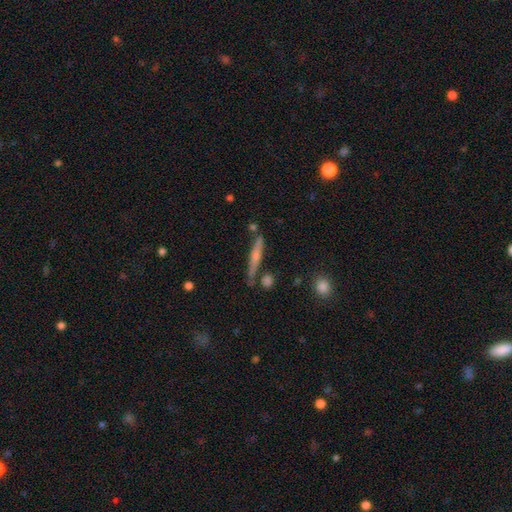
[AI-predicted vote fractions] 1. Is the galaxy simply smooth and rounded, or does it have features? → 54% featured or disk, 38% smooth, 7% star or artifact.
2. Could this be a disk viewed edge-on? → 96% yes, 4% no.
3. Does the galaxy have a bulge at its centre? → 63% rounded, 26% none, 11% boxy.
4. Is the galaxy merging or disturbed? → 79% none, 12% minor disturbance, 6% merger, 3% major disturbance.